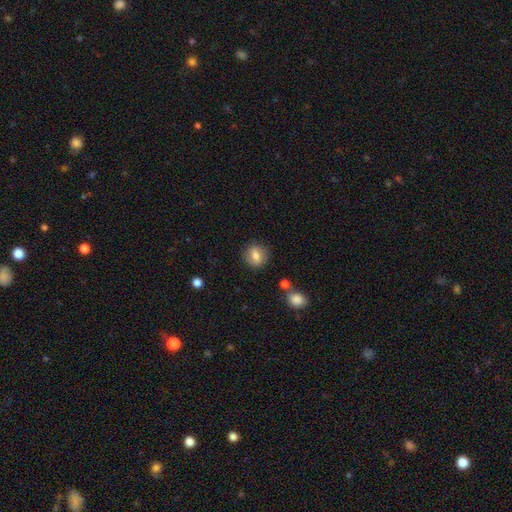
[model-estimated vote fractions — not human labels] Morphology: type=smooth (76%); roundness=round (77%); merging=none (84%).